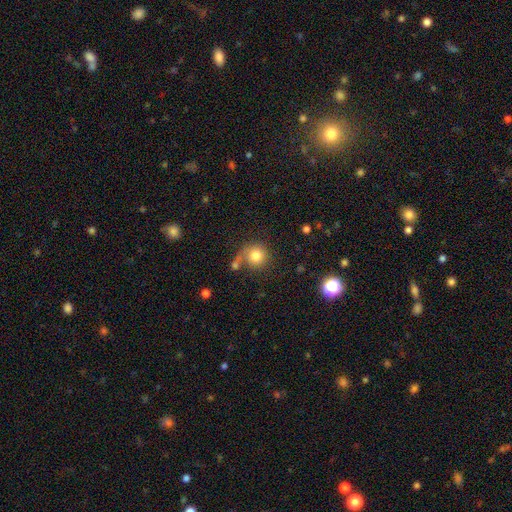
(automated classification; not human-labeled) Smooth or featured: smooth — 79% (featured or disk — 11%)
How rounded: round — 91% (in between — 8%)
Merging: none — 56% (merger — 19%)